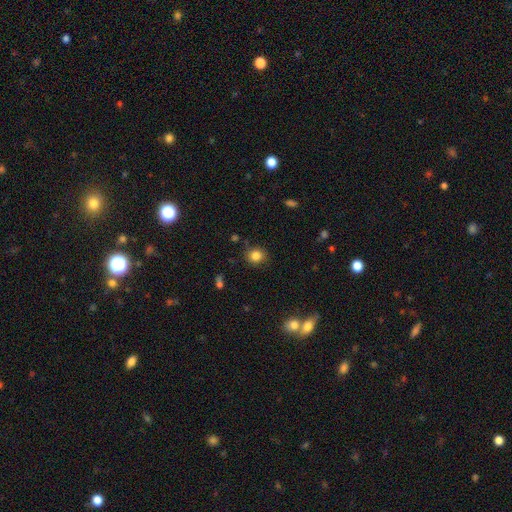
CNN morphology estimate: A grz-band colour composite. It shows a smooth galaxy with no disk features (84%) that is round (78%). Merging: none (83%).